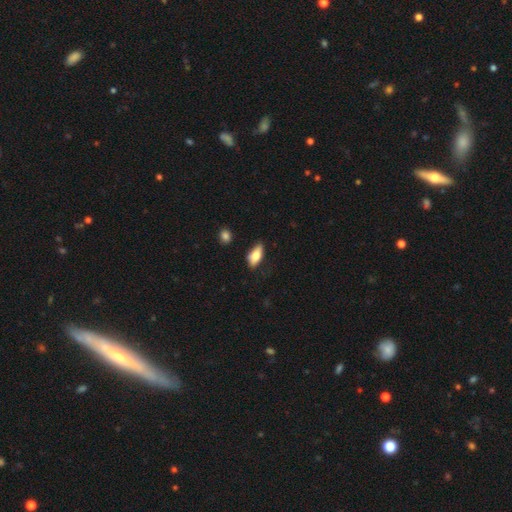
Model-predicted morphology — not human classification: A smooth galaxy with no disk features (76%) that is in between round and cigar-shaped (84%).

Vote fractions:
- Smooth or featured? smooth: 76% / featured or disk: 17% / star or artifact: 6%
- How rounded? in between: 84% / cigar-shaped: 13% / round: 3%
- Merging? none: 69% / minor disturbance: 24% / major disturbance: 5% / merger: 3%